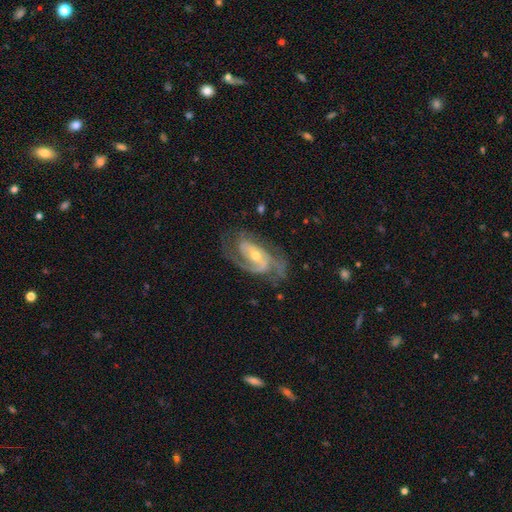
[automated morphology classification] Smooth or featured? featured or disk (88%)
Edge-on disk? no (96%)
Bar? no (46%)
Spiral arms? yes (96%)
Spiral winding? medium (45%)
Spiral arm count? 2 (58%)
Bulge size? moderate (49%)
Merging? none (62%)